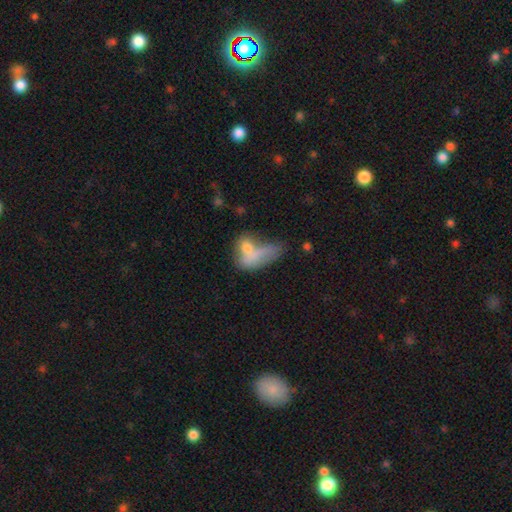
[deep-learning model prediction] Smooth or featured? smooth (68%)
How rounded? in between (73%)
Merging? merger (42%)